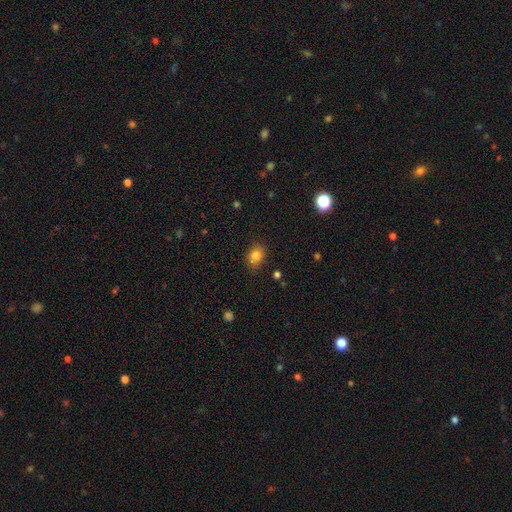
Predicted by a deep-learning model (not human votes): This appears to be a smooth galaxy with no disk features (81%) that is in between round and cigar-shaped (62%). Merging: none (82%).